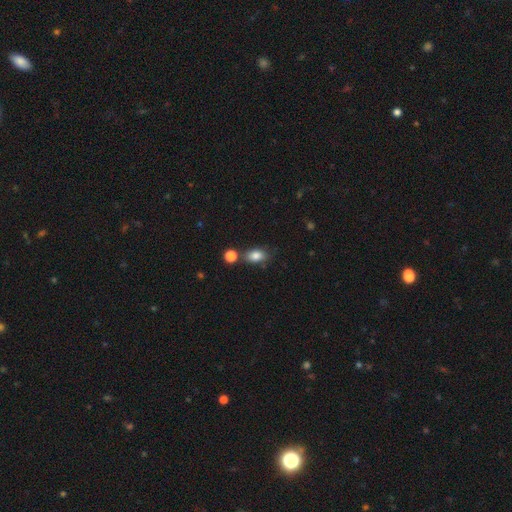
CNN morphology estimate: This is clearly a smooth galaxy (83%). How rounded: clearly in between (83%). Merging: likely none (67%).